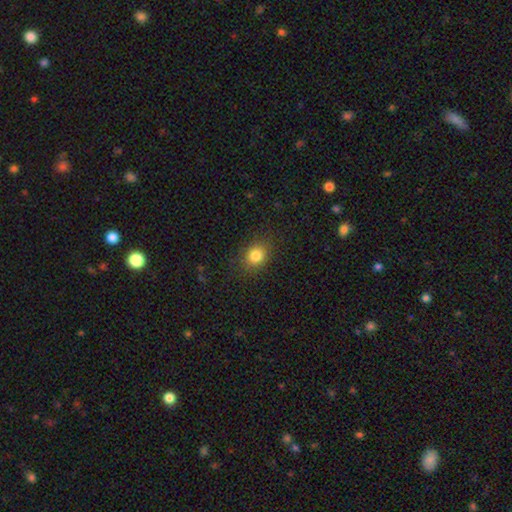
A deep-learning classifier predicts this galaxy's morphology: smooth-or-featured: smooth: 82% | star or artifact: 12% | featured or disk: 6%
  how-rounded: round: 66% | in between: 33% | cigar-shaped: 1%
  merging: none: 86% | minor disturbance: 10% | major disturbance: 3% | merger: 1%